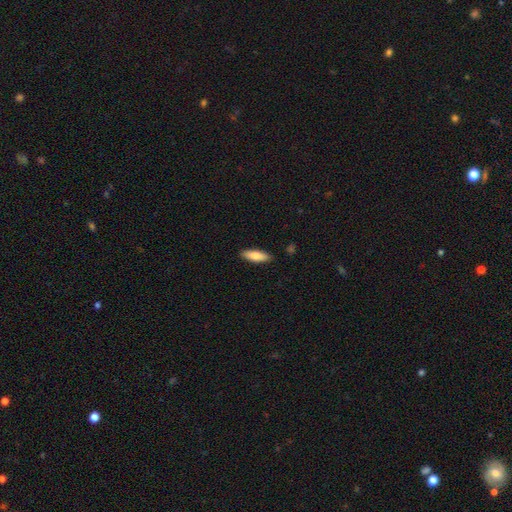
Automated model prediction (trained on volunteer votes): Smooth or featured? smooth (83%)
How rounded? in between (55%)
Merging? none (88%)